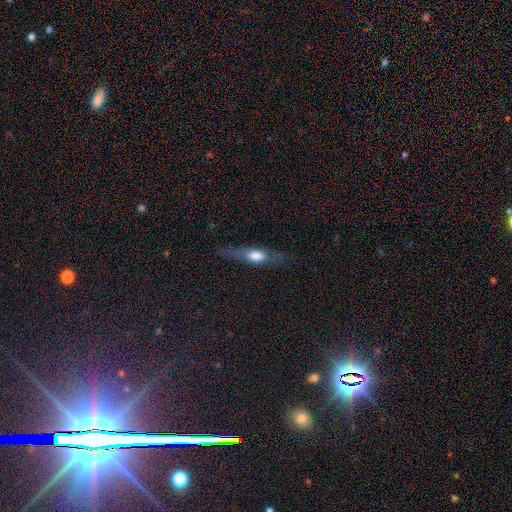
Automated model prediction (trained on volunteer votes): Smooth or featured: smooth — 46% (featured or disk — 45%)
Merging: none — 72% (minor disturbance — 17%)